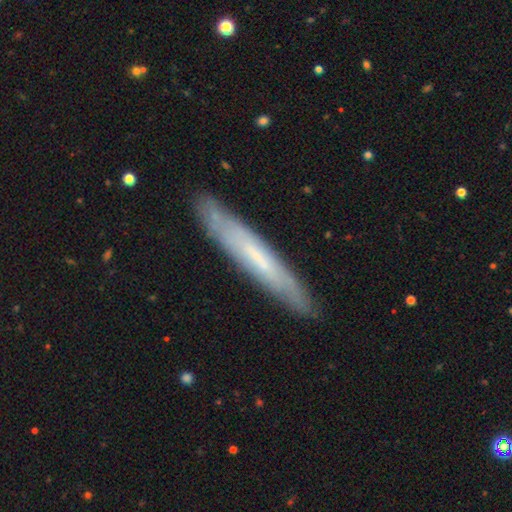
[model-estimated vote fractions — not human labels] The model was most divided on "smooth or featured": featured or disk: 53%, smooth: 40%, star or artifact: 7%. More confident: merging — none (87%); edge-on disk — yes (75%).